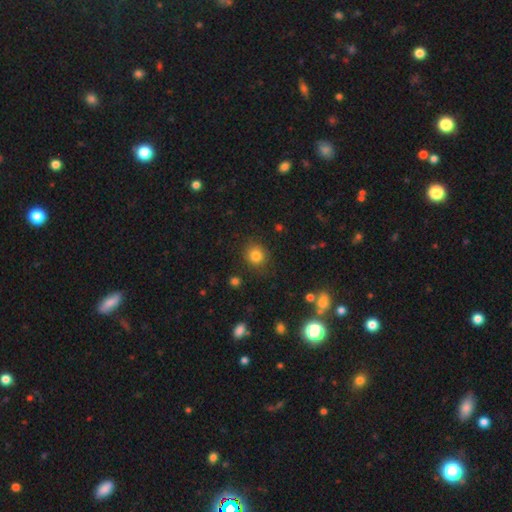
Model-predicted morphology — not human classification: Smooth or featured? smooth (82%)
How rounded? round (84%)
Merging? none (86%)